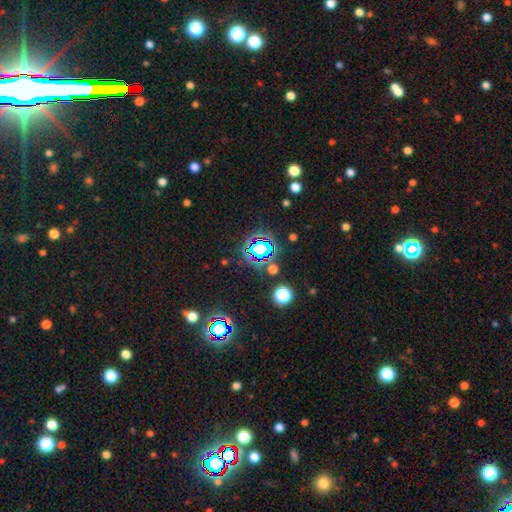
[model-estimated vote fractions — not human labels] star or artifact 82%, smooth 11%, featured or disk 7%.